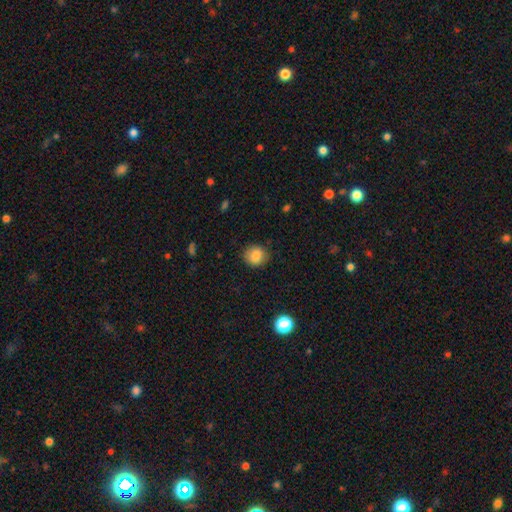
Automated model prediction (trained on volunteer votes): Smooth or featured? Predicted: smooth (p=0.84). How rounded? Predicted: round (p=0.83). Merging? Predicted: none (p=0.86).